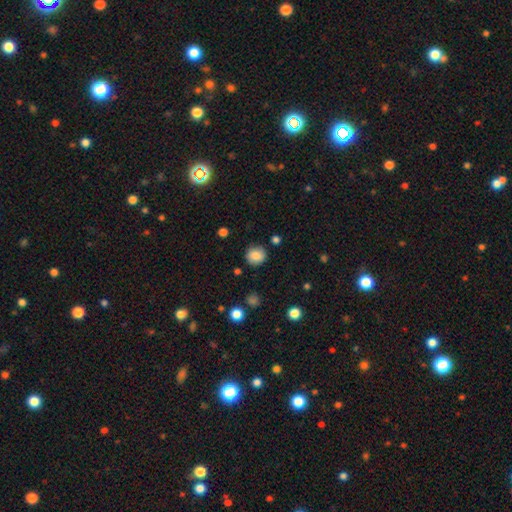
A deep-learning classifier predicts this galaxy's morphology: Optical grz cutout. It shows a smooth galaxy with no disk features (85%) that is round (85%). Merging: none (85%).